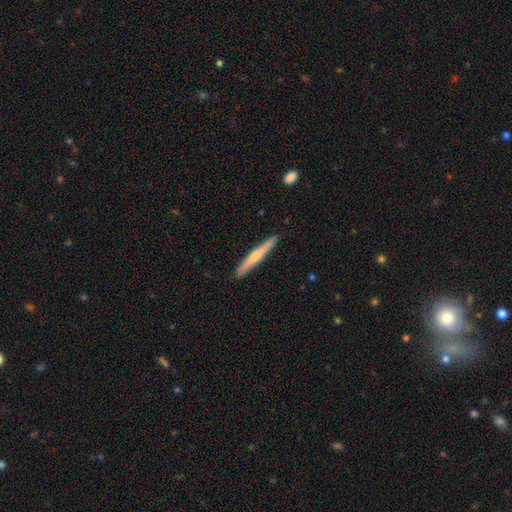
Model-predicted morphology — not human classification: Overall: featured or disk (48%; smooth 46%). Merging: none (91%).